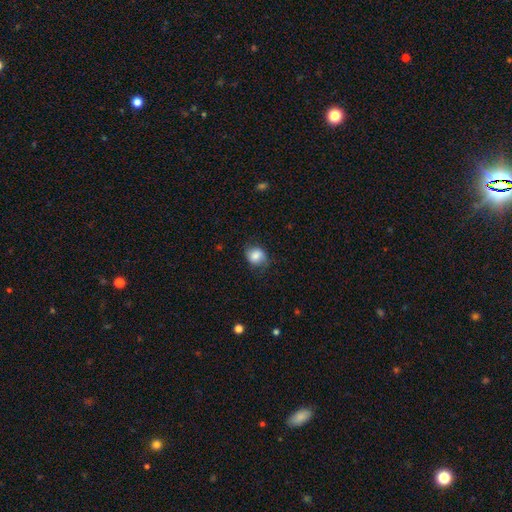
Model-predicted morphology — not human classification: Smooth or featured: smooth — 80% (featured or disk — 11%)
How rounded: round — 68% (in between — 31%)
Merging: none — 69% (minor disturbance — 23%)